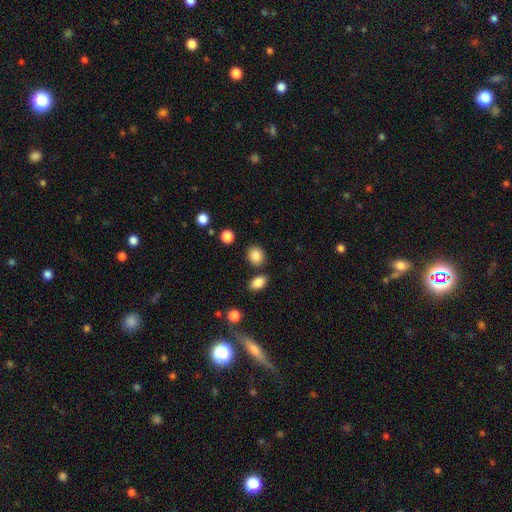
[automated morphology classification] This is clearly a smooth galaxy (86%). How rounded: possibly round (58%). Merging: clearly none (81%).